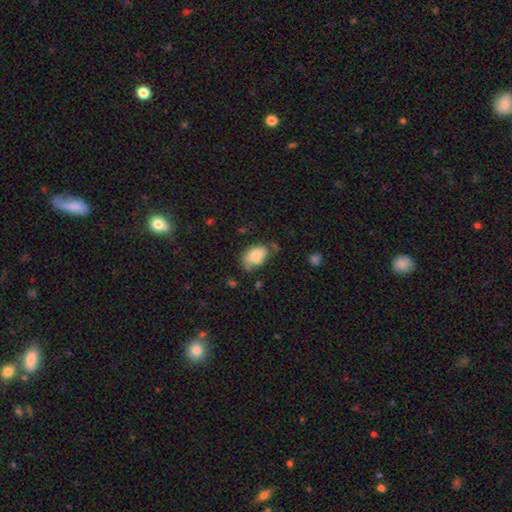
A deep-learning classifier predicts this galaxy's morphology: smooth-or-featured: smooth: 80% | featured or disk: 12% | star or artifact: 8%
  how-rounded: in between: 88% | round: 10% | cigar-shaped: 1%
  merging: none: 56% | minor disturbance: 31% | major disturbance: 8% | merger: 5%